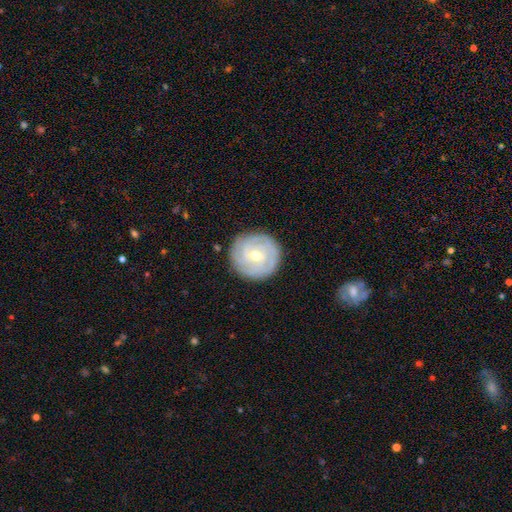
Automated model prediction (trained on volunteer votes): Morphology: type=featured or disk (77%); edge-on=no (97%); bar=no (59%); spiral arms=yes (92%); winding=tight (80%); arm count=can't tell (34%); bulge=moderate (58%); merging=none (87%).